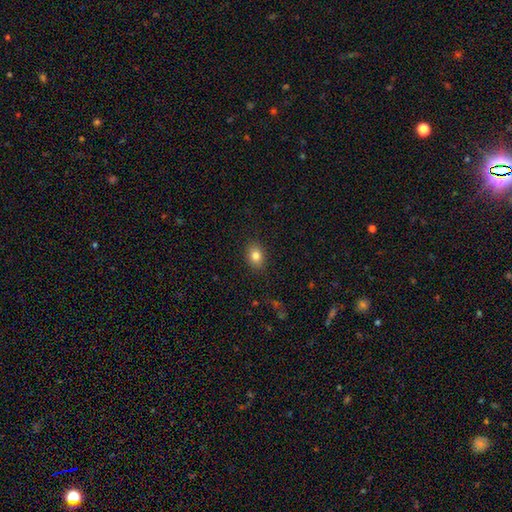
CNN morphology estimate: smooth_or_featured: smooth (p=0.82) [alt: star or artifact p=0.10]
how_rounded: in between (p=0.60) [alt: round p=0.39]
merging: none (p=0.88) [alt: minor disturbance p=0.09]